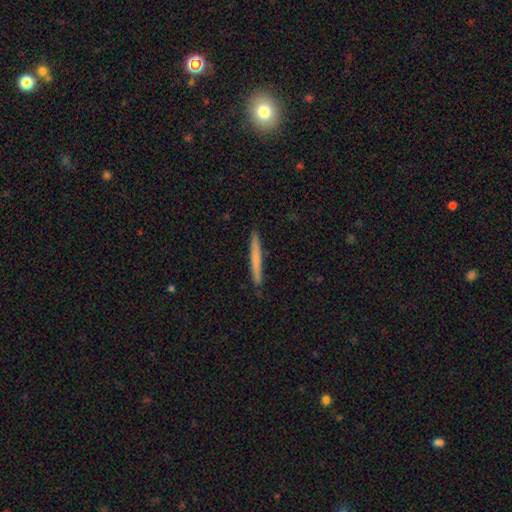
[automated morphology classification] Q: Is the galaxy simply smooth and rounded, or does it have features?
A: smooth — 64%.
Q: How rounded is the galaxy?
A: cigar-shaped — 97%.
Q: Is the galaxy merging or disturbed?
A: none — 91%.